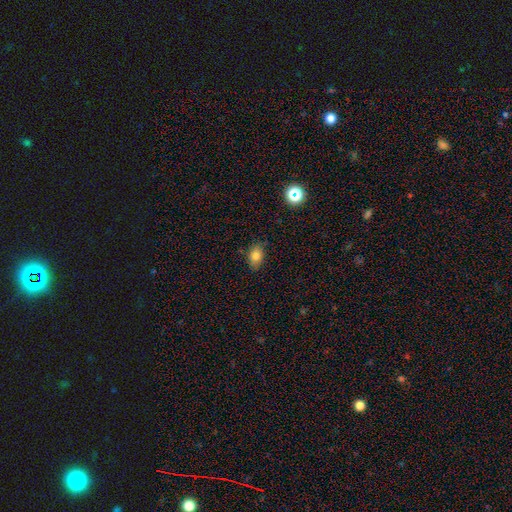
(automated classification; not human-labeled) Morphology: type=smooth (78%); roundness=in between (79%); merging=none (81%).